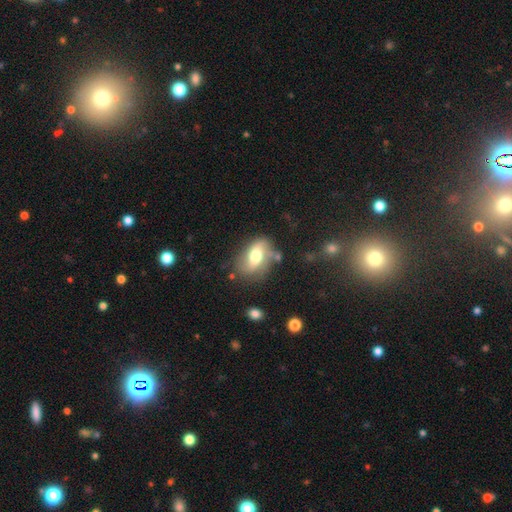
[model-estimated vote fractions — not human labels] Smooth or featured?
  - smooth: 52% *
  - featured or disk: 39%
  - star or artifact: 8%
How rounded?
  - in between: 84% *
  - round: 13%
  - cigar-shaped: 3%
Merging?
  - none: 63% *
  - minor disturbance: 22%
  - major disturbance: 9%
  - merger: 6%